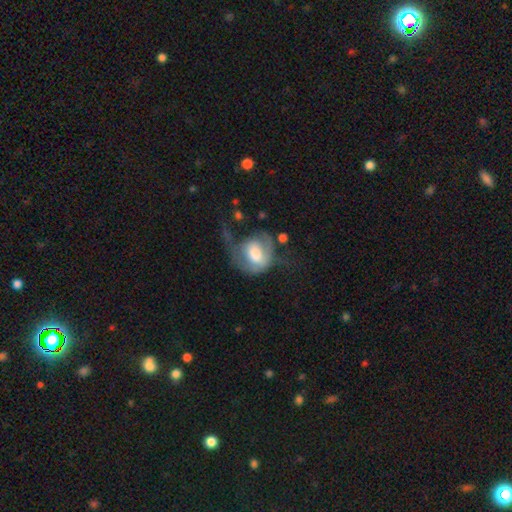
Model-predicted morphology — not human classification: Q: Smooth or featured?
A: smooth (47%); runner-up: featured or disk (46%)
Q: Merging?
A: major disturbance (52%); runner-up: none (23%)